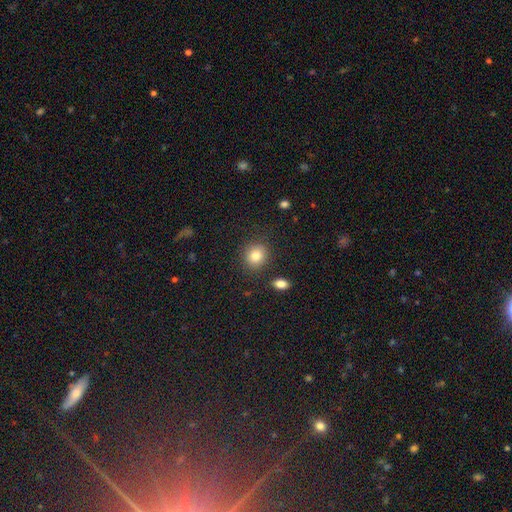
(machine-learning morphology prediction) Smooth or featured? Predicted: smooth (p=0.82). How rounded? Predicted: round (p=0.78). Merging? Predicted: none (p=0.84).